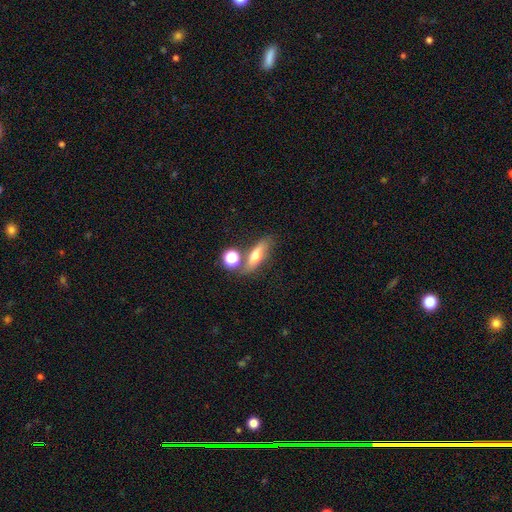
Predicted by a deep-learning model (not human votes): This is possibly a smooth galaxy (53%). How rounded: possibly in between (46%). Merging: likely none (64%).